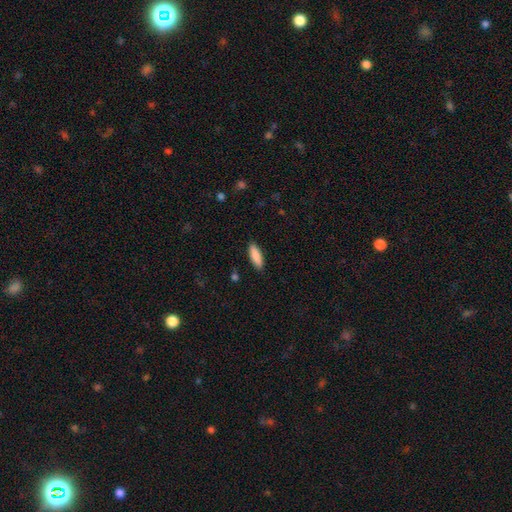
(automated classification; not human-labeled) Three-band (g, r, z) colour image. It shows a smooth galaxy with no disk features (88%) that is in between round and cigar-shaped (55%). Merging: none (89%).